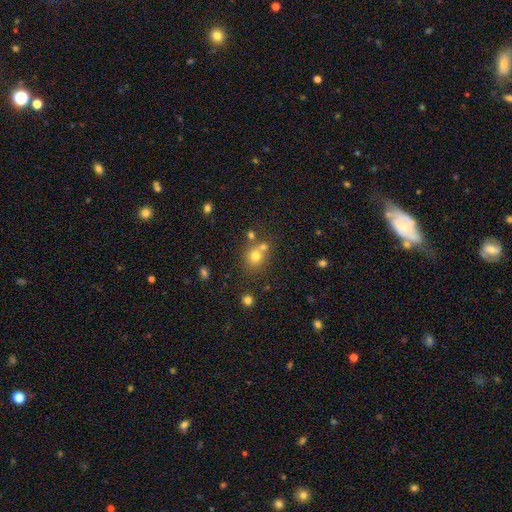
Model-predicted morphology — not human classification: The model was most divided on "merging": none: 57%, merger: 30%, minor disturbance: 10%, major disturbance: 4%. More confident: how rounded — round (82%); smooth or featured — smooth (73%).